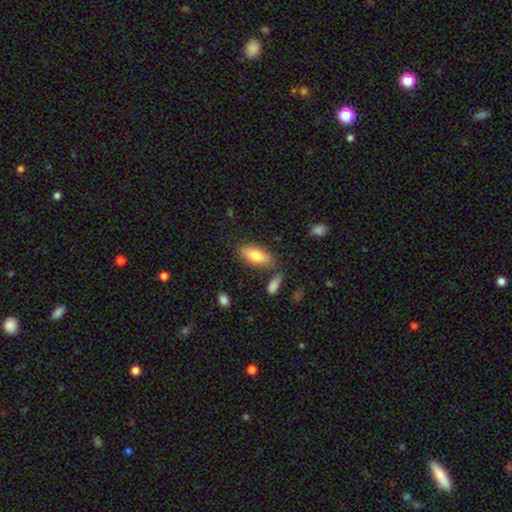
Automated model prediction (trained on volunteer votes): A smooth galaxy with no disk features (76%) that is in between round and cigar-shaped (75%). Merging: none (73%).